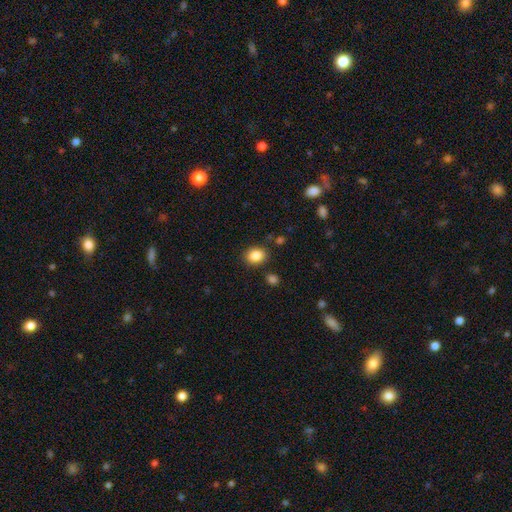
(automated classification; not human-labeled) Smooth or featured? Predicted: smooth (p=0.86). How rounded? Predicted: in between (p=0.50). Merging? Predicted: none (p=0.83).